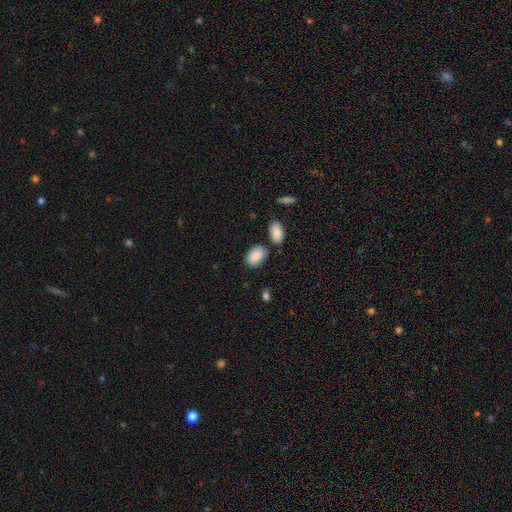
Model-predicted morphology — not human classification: type=smooth (86%); roundness=in between (89%); merging=none (71%).